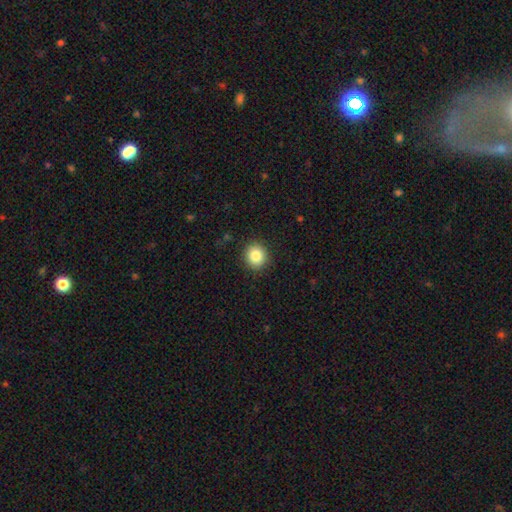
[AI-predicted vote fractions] smooth_or_featured: smooth (p=0.85) [alt: star or artifact p=0.09]
how_rounded: round (p=0.85) [alt: in between p=0.14]
merging: none (p=0.90) [alt: minor disturbance p=0.07]